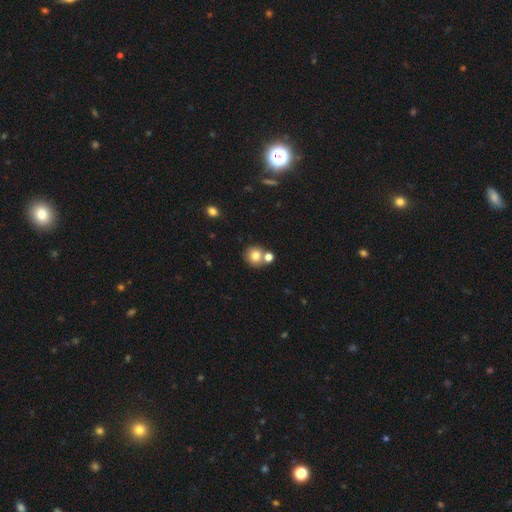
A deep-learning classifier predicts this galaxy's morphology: smooth_or_featured: smooth (p=0.78) [alt: star or artifact p=0.11]
how_rounded: round (p=0.88) [alt: in between p=0.11]
merging: none (p=0.59) [alt: merger p=0.30]